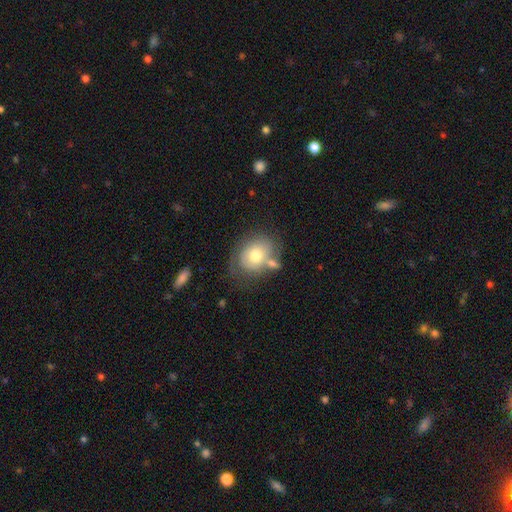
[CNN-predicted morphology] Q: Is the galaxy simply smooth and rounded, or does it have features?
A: smooth — 65%.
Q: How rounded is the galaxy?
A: round — 52%.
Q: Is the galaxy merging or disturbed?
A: none — 46%.